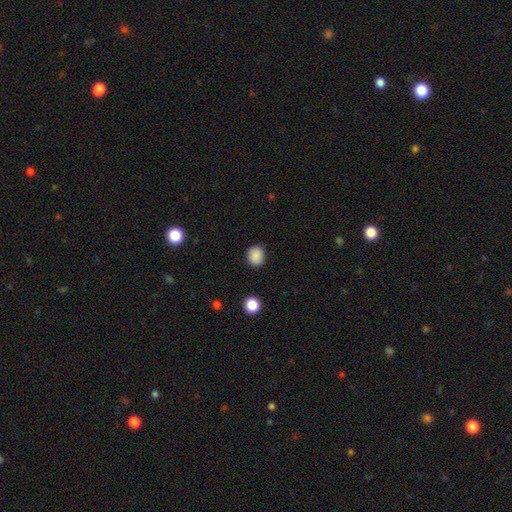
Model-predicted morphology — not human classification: A smooth galaxy with no disk features (87%) that is round (79%).

Vote fractions:
- Smooth or featured? smooth: 87% / star or artifact: 10% / featured or disk: 3%
- How rounded? round: 79% / in between: 20% / cigar-shaped: 1%
- Merging? none: 87% / minor disturbance: 9% / major disturbance: 2% / merger: 1%